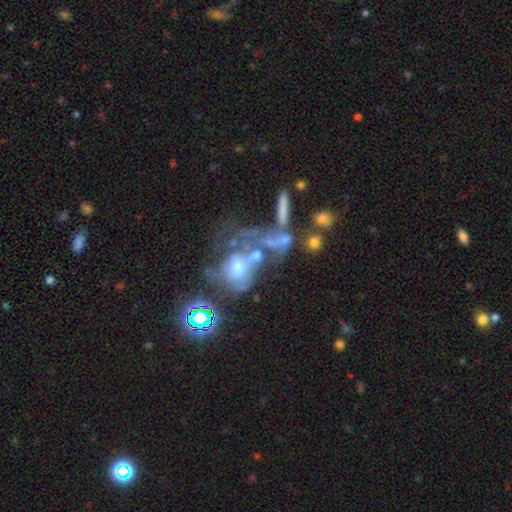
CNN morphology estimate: Smooth or featured? Predicted: featured or disk (p=0.50). Edge-on disk? Predicted: no (p=0.95). Merging? Predicted: merger (p=0.56).